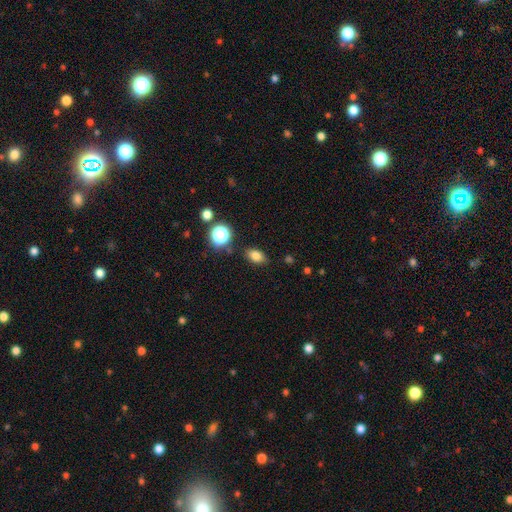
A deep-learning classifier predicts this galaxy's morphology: This appears to be a smooth galaxy with no disk features (80%) that is in between round and cigar-shaped (83%). Merging: none (83%).